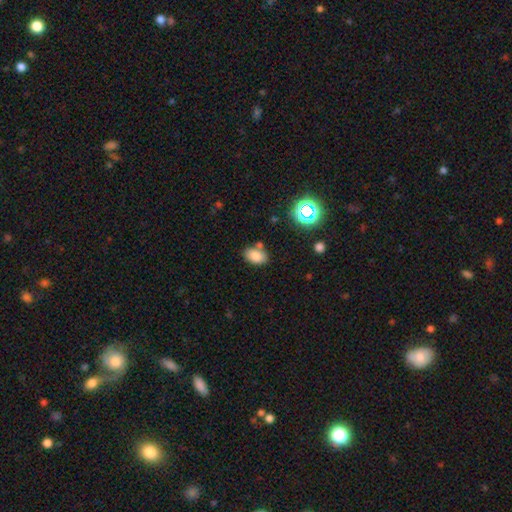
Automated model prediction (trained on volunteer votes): Smooth or featured? smooth (81%)
How rounded? in between (87%)
Merging? none (70%)